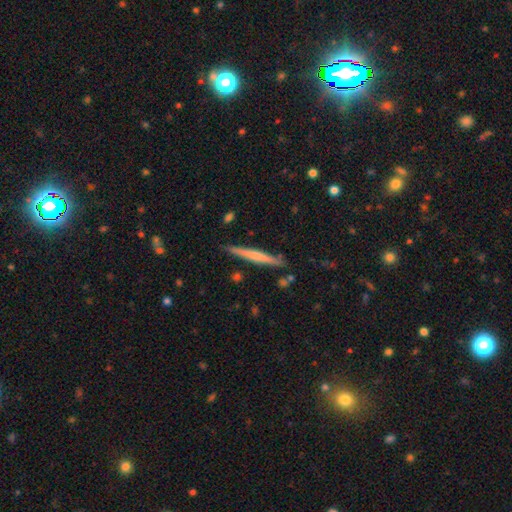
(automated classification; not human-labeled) A smooth galaxy with no disk features (51%) that is cigar-shaped (96%).

Vote fractions:
- Smooth or featured? smooth: 51% / featured or disk: 44% / star or artifact: 6%
- How rounded? cigar-shaped: 96% / in between: 2% / round: 1%
- Merging? none: 88% / minor disturbance: 9% / merger: 2% / major disturbance: 2%